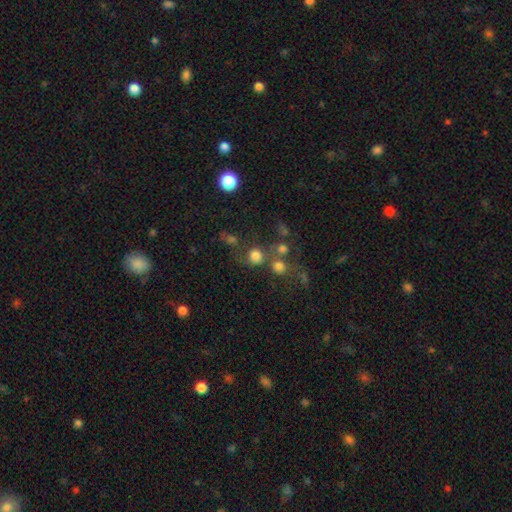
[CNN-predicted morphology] Smooth or featured?
  - smooth: 75% *
  - star or artifact: 16%
  - featured or disk: 9%
How rounded?
  - round: 87% *
  - in between: 12%
  - cigar-shaped: 1%
Merging?
  - none: 58% *
  - merger: 23%
  - minor disturbance: 11%
  - major disturbance: 8%